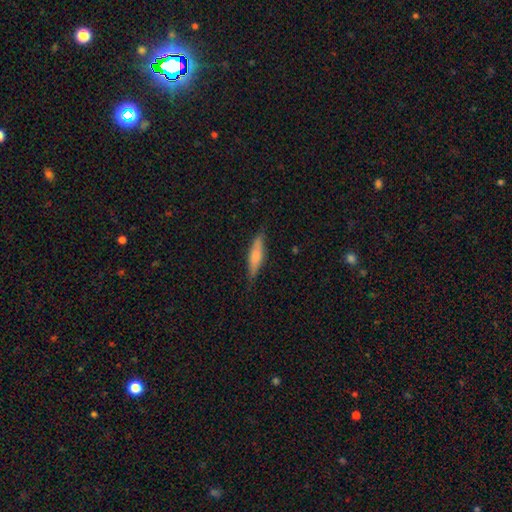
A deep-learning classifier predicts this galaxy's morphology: smooth 65%, featured or disk 29%, star or artifact 6%. Down the decision tree: how rounded — cigar-shaped (72%); merging — none (82%).